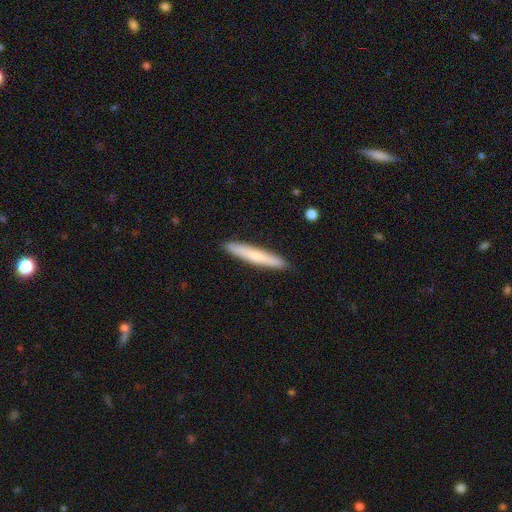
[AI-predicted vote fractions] This appears to be a smooth galaxy with no disk features (70%) that is cigar-shaped (94%). Merging: none (91%).